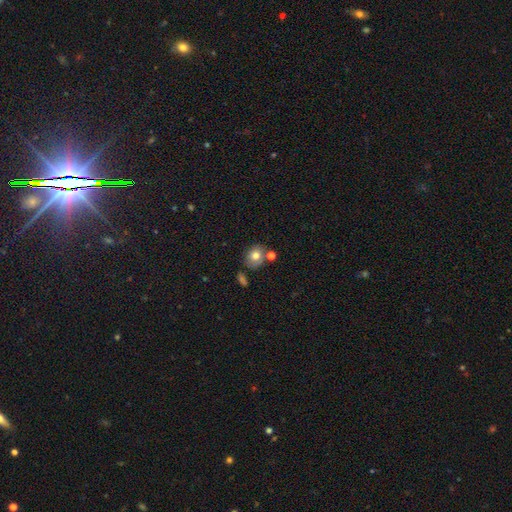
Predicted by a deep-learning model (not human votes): A smooth galaxy with no disk features (74%) that is round (63%).

Vote fractions:
- Smooth or featured? smooth: 74% / featured or disk: 16% / star or artifact: 10%
- How rounded? round: 63% / in between: 36% / cigar-shaped: 1%
- Merging? none: 64% / minor disturbance: 16% / merger: 15% / major disturbance: 5%